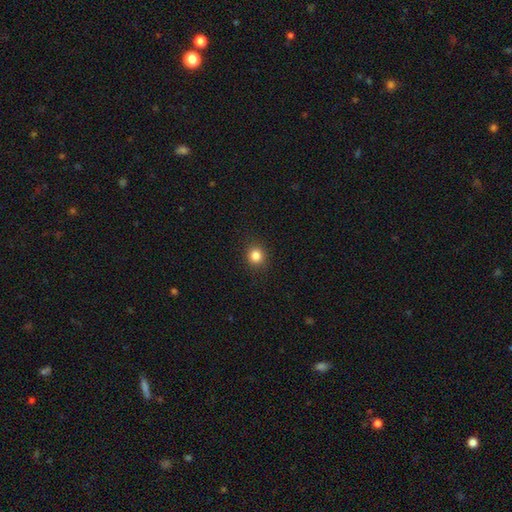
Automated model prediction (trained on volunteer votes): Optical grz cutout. It shows a smooth galaxy with no disk features (84%) that is round (88%). Merging: none (91%).